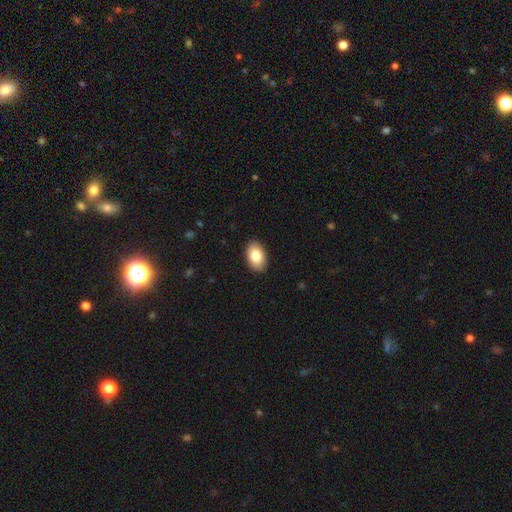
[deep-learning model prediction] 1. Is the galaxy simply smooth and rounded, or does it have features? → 85% smooth, 9% featured or disk, 7% star or artifact.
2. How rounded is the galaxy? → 92% in between, 6% round, 1% cigar-shaped.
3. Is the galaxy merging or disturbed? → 89% none, 8% minor disturbance, 2% major disturbance, 1% merger.